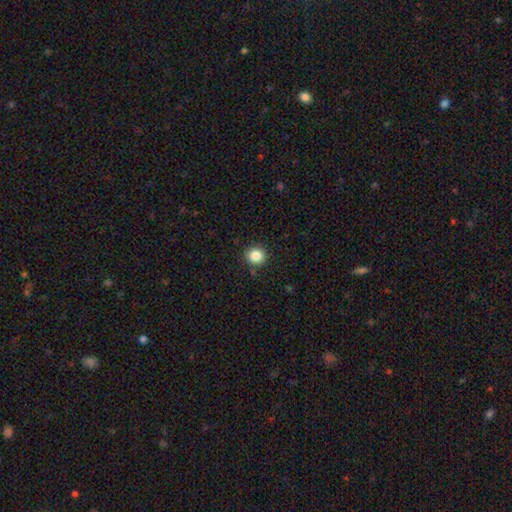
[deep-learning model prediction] A smooth galaxy with no disk features (85%) that is round (90%). Merging: none (90%).